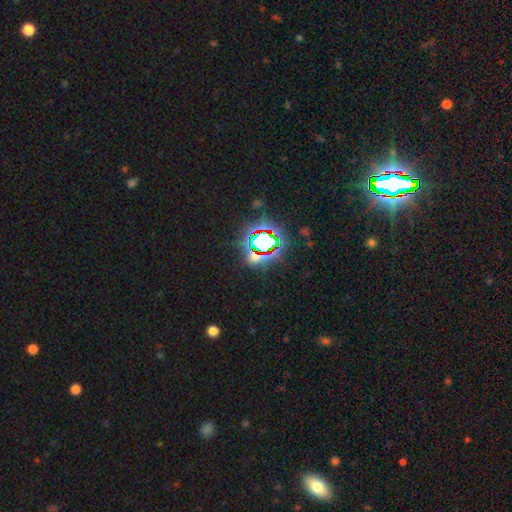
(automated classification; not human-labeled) smooth_or_featured: star or artifact (p=0.73) [alt: smooth p=0.18]